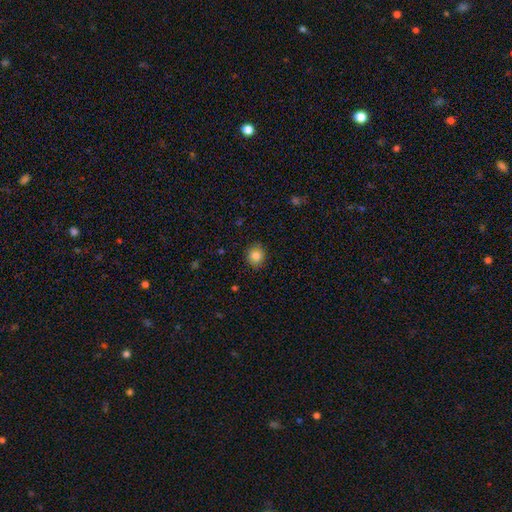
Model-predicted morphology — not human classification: smooth 85%, star or artifact 10%, featured or disk 5%. Down the decision tree: how rounded — round (81%); merging — none (87%).